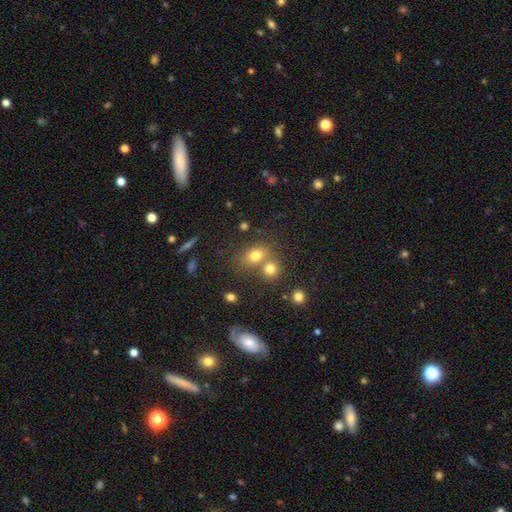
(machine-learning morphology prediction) smooth_or_featured: smooth (p=0.74) [alt: star or artifact p=0.14]
how_rounded: in between (p=0.52) [alt: round p=0.46]
merging: none (p=0.45) [alt: merger p=0.41]